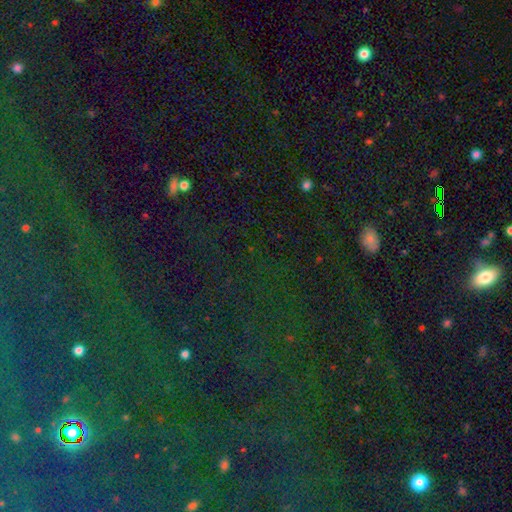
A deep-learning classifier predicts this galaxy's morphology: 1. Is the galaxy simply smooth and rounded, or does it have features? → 80% star or artifact, 13% smooth, 8% featured or disk.